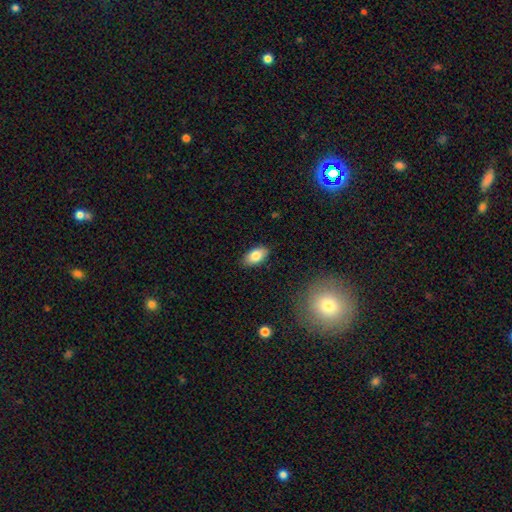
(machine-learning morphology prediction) This is clearly a smooth galaxy (82%). How rounded: clearly in between (92%). Merging: clearly none (88%).